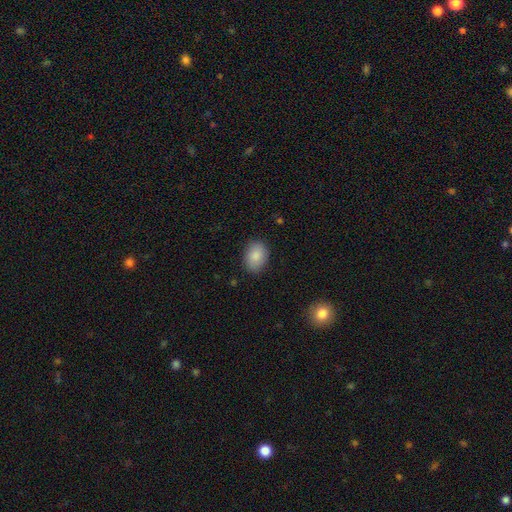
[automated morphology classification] Smooth or featured? Predicted: smooth (p=0.87). How rounded? Predicted: in between (p=0.76). Merging? Predicted: none (p=0.85).